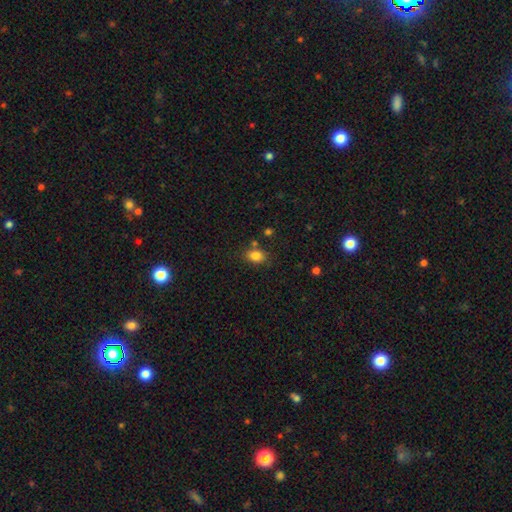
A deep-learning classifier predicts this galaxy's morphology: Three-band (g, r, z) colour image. It shows a smooth galaxy with no disk features (83%) that is in between round and cigar-shaped (73%). Merging: none (72%).